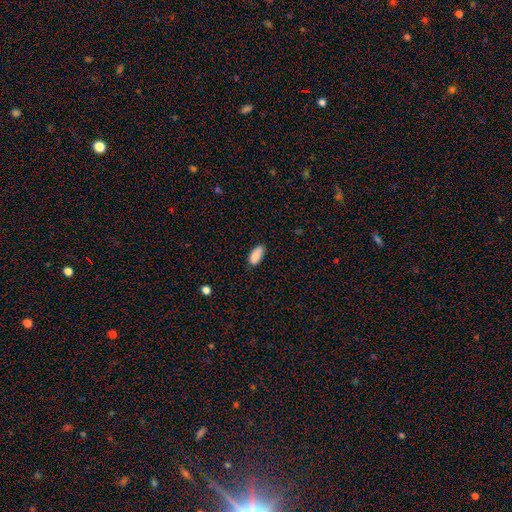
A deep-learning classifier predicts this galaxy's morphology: Overall: smooth (87%). How rounded: in between (91%). Merging: none (72%).